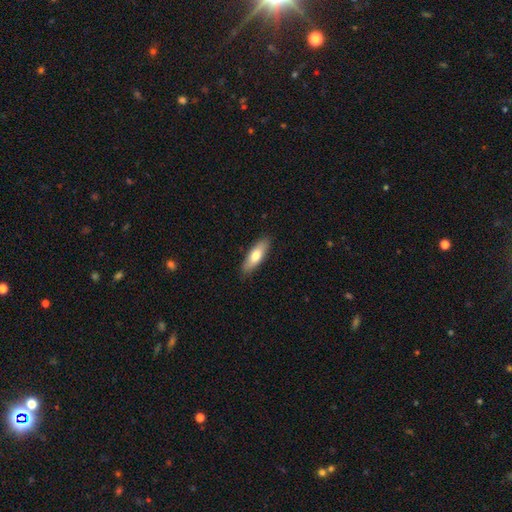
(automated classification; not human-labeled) Smooth or featured? smooth (71%)
How rounded? in between (53%)
Merging? none (88%)